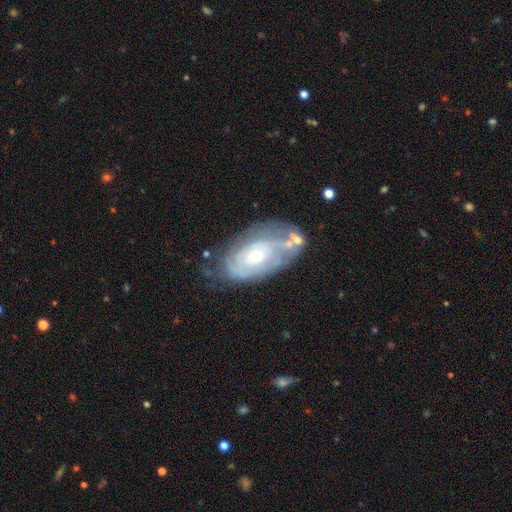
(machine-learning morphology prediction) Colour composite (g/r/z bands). It shows a featured or disk galaxy (74%) with no bar (76%), tight (69%) spiral arms (79%) and a small central bulge (56%). Merging: none (55%).